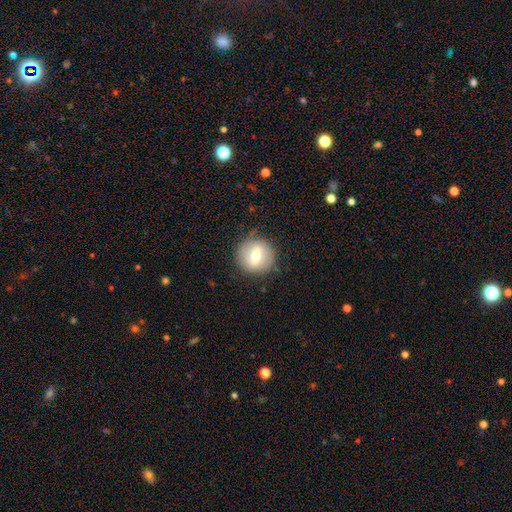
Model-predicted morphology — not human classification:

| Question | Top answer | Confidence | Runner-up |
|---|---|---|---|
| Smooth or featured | smooth | 54% | featured or disk (38%) |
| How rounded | round | 88% | in between (10%) |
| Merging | none | 83% | minor disturbance (12%) |